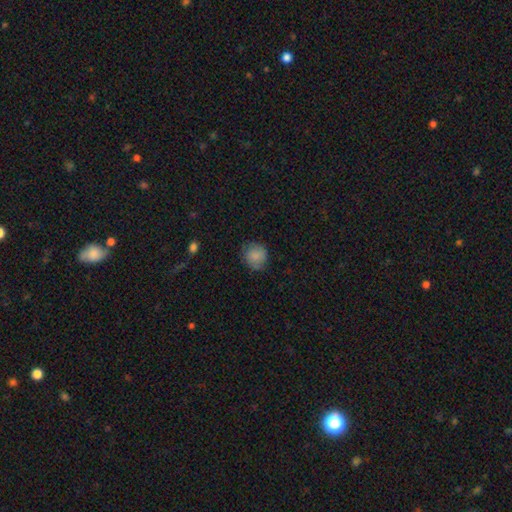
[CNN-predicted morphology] Smooth or featured?
  - smooth: 83% *
  - featured or disk: 9%
  - star or artifact: 8%
How rounded?
  - round: 84% *
  - in between: 15%
  - cigar-shaped: 1%
Merging?
  - none: 75% *
  - minor disturbance: 19%
  - major disturbance: 5%
  - merger: 1%